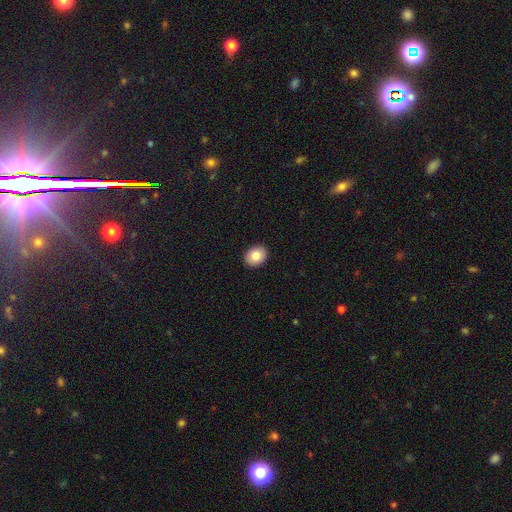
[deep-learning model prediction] This appears to be a smooth galaxy with no disk features (84%) that is in between round and cigar-shaped (55%). Merging: none (92%).